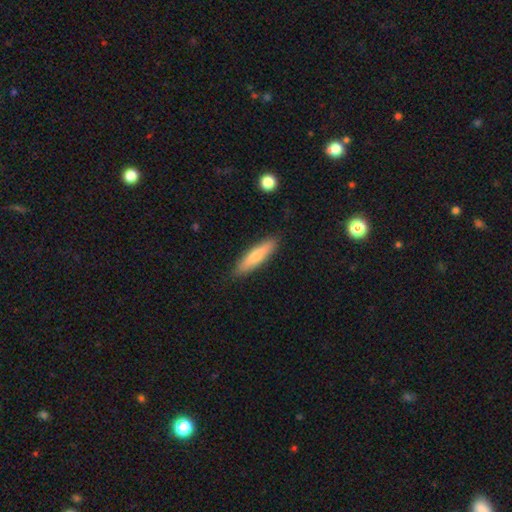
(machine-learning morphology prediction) Smooth or featured? Predicted: smooth (p=0.70). How rounded? Predicted: cigar-shaped (p=0.80). Merging? Predicted: none (p=0.88).